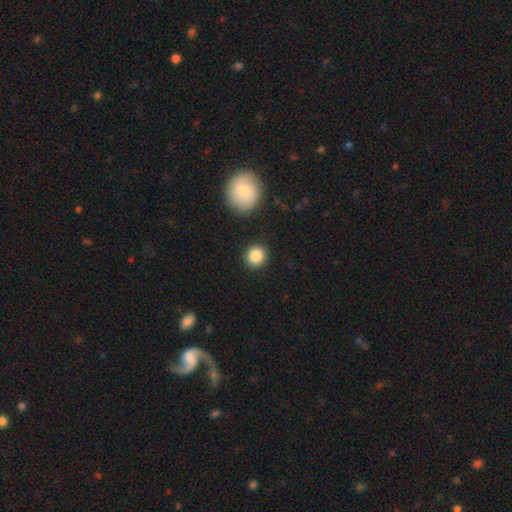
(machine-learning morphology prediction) Q: Smooth or featured?
A: smooth (86%); runner-up: star or artifact (9%)
Q: How rounded?
A: round (90%); runner-up: in between (9%)
Q: Merging?
A: none (90%); runner-up: minor disturbance (6%)